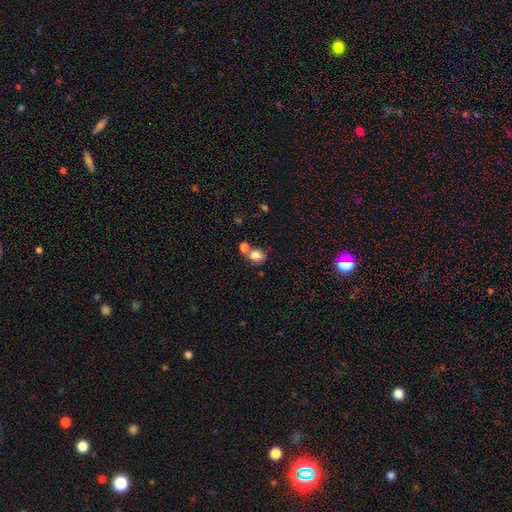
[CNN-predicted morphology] A smooth galaxy with no disk features (82%) that is round (76%).

Vote fractions:
- Smooth or featured? smooth: 82% / star or artifact: 10% / featured or disk: 8%
- How rounded? round: 76% / in between: 23% / cigar-shaped: 1%
- Merging? none: 57% / merger: 30% / minor disturbance: 10% / major disturbance: 4%